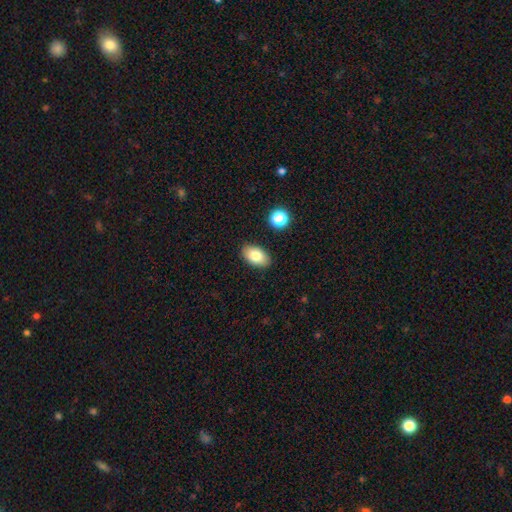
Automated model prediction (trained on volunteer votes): Smooth or featured?
  - smooth: 79% *
  - featured or disk: 13%
  - star or artifact: 8%
How rounded?
  - in between: 92% *
  - round: 6%
  - cigar-shaped: 2%
Merging?
  - none: 88% *
  - minor disturbance: 8%
  - major disturbance: 2%
  - merger: 2%